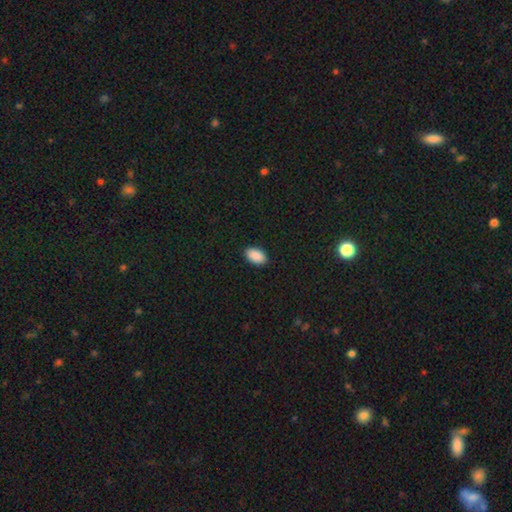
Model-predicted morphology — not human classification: A smooth galaxy with no disk features (91%) that is in between round and cigar-shaped (94%). Merging: none (91%).